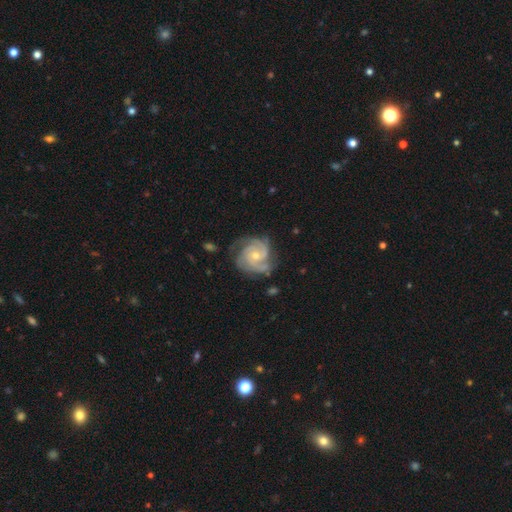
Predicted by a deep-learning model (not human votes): This appears to be a featured or disk galaxy (89%) with no bar (74%), 3 (51%) tight (58%) spiral arms (98%) and a small central bulge (55%). Merging: none (70%).